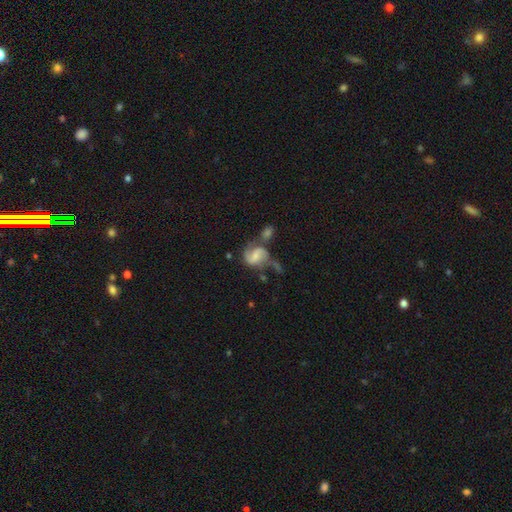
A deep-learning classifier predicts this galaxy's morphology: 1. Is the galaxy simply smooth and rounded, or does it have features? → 71% featured or disk, 21% smooth, 7% star or artifact.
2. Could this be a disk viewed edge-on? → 98% no, 2% yes.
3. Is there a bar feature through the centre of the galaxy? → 47% weak, 37% no, 16% strong.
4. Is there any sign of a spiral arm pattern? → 91% yes, 9% no.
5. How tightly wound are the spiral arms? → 48% medium, 36% loose, 16% tight.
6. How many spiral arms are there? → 83% 2, 8% 1, 6% can't tell, 1% 3, 1% 4, 1% more than 4.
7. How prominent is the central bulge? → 48% small, 35% moderate, 12% none, 4% large, 1% dominant.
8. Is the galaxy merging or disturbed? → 34% none, 32% merger, 17% minor disturbance, 17% major disturbance.